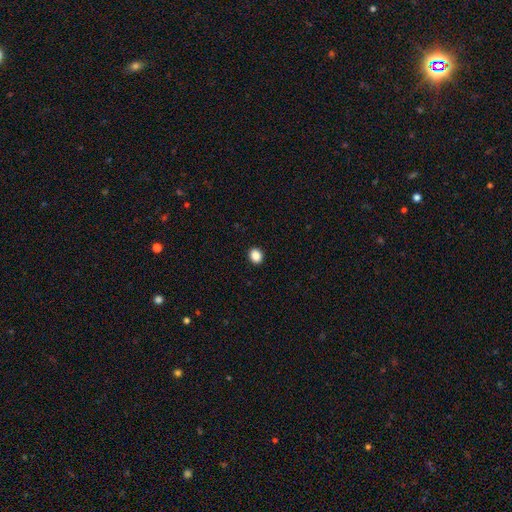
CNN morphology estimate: This is clearly a smooth galaxy (87%). How rounded: likely round (63%). Merging: clearly none (92%).